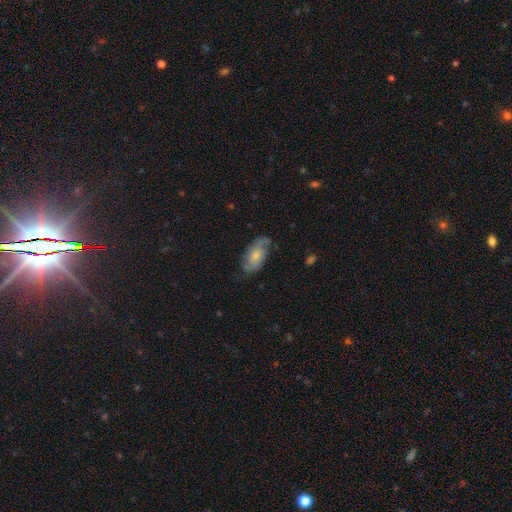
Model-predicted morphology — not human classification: Smooth or featured?
  - featured or disk: 47% *
  - smooth: 46%
  - star or artifact: 7%
Merging?
  - none: 61% *
  - minor disturbance: 27%
  - major disturbance: 11%
  - merger: 2%